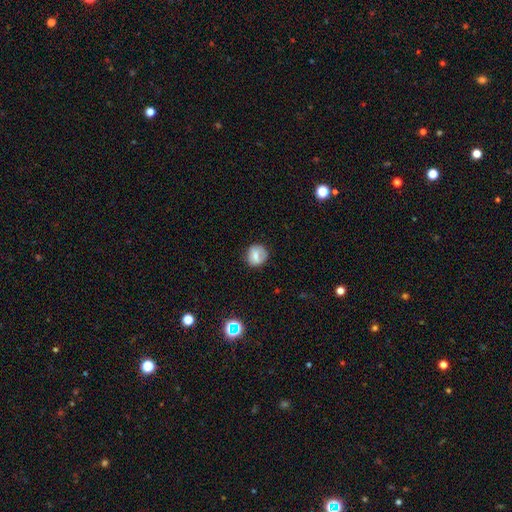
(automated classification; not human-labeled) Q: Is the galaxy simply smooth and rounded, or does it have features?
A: smooth — 69%.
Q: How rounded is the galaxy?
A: round — 84%.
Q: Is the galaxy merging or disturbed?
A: none — 76%.